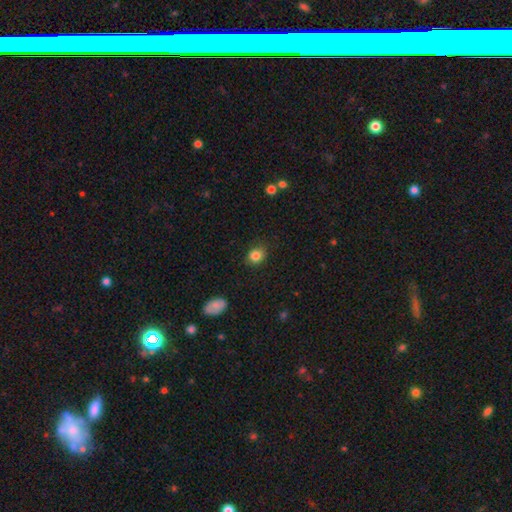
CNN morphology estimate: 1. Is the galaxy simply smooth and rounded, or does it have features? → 84% smooth, 11% star or artifact, 5% featured or disk.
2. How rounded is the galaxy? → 70% round, 29% in between, 1% cigar-shaped.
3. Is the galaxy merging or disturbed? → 82% none, 13% minor disturbance, 3% major disturbance, 1% merger.